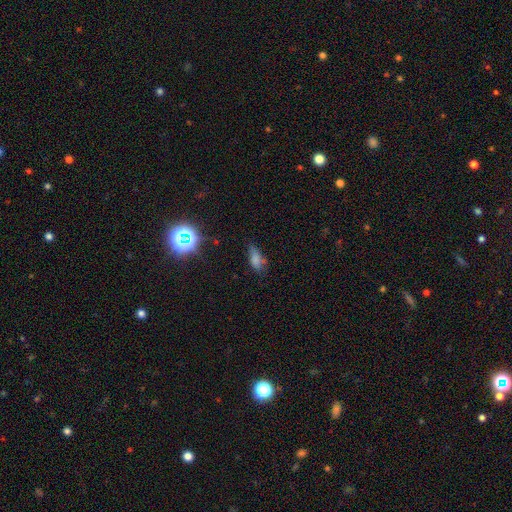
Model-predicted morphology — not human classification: smooth-or-featured: smooth: 54% | star or artifact: 29% | featured or disk: 17%
  how-rounded: in between: 64% | cigar-shaped: 25% | round: 11%
  merging: none: 61% | minor disturbance: 26% | major disturbance: 10% | merger: 3%